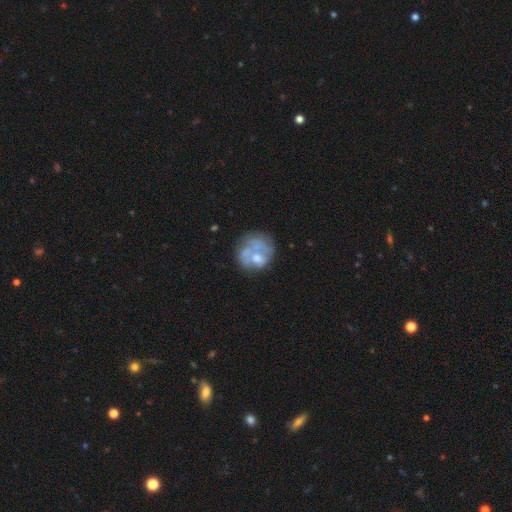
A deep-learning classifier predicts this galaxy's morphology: Smooth or featured? featured or disk (51%)
Edge-on disk? no (98%)
Merging? none (40%)